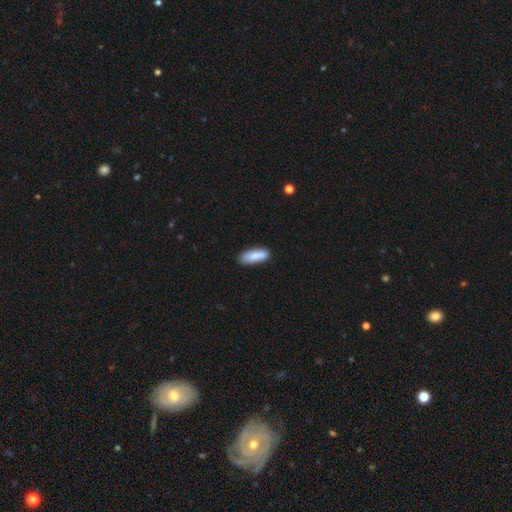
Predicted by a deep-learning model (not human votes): smooth-or-featured: smooth: 82% | featured or disk: 12% | star or artifact: 6%
  how-rounded: in between: 59% | cigar-shaped: 39% | round: 2%
  merging: none: 70% | minor disturbance: 19% | merger: 8% | major disturbance: 4%